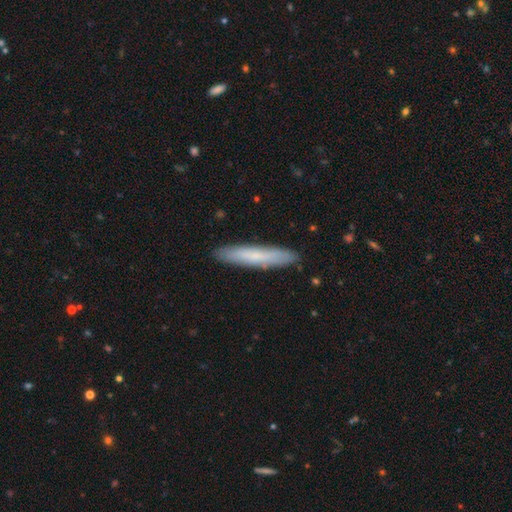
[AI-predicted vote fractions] Smooth or featured?
  - smooth: 68% *
  - featured or disk: 25%
  - star or artifact: 6%
How rounded?
  - cigar-shaped: 92% *
  - in between: 7%
  - round: 1%
Merging?
  - none: 89% *
  - minor disturbance: 8%
  - major disturbance: 1%
  - merger: 1%